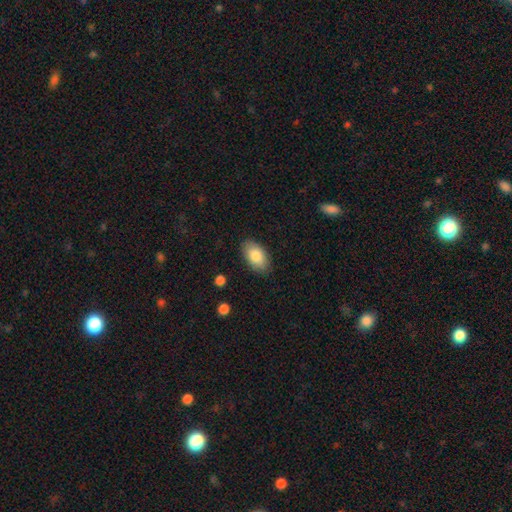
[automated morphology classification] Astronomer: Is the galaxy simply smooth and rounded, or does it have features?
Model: smooth — 84%.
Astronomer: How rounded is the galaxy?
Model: in between — 94%.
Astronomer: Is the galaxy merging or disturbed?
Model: none — 85%.